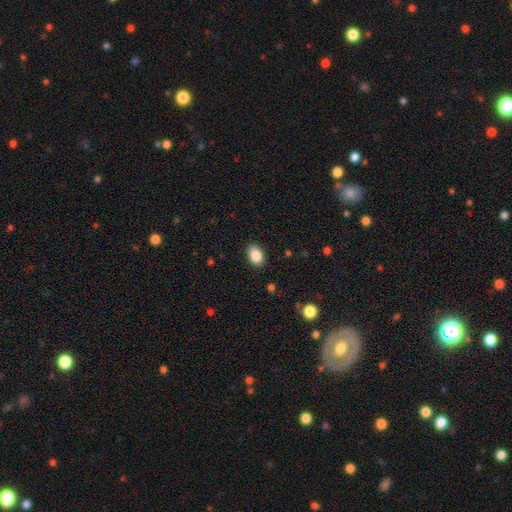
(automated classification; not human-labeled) Smooth or featured?
  - smooth: 88% *
  - star or artifact: 8%
  - featured or disk: 5%
How rounded?
  - in between: 86% *
  - round: 12%
  - cigar-shaped: 1%
Merging?
  - none: 88% *
  - minor disturbance: 9%
  - major disturbance: 2%
  - merger: 1%